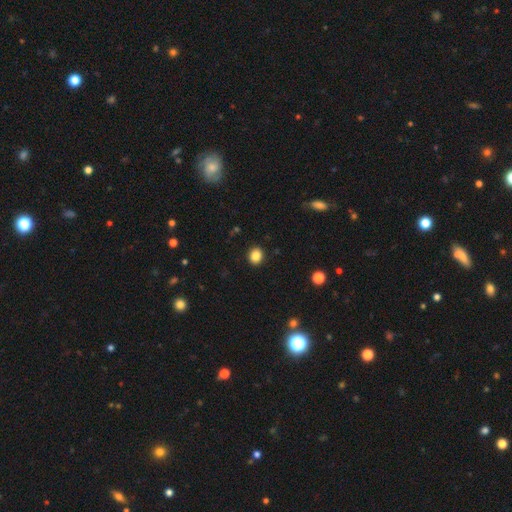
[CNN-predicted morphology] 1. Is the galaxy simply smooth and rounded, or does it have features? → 86% smooth, 10% star or artifact, 4% featured or disk.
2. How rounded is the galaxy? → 72% round, 27% in between, 1% cigar-shaped.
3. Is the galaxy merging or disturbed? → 92% none, 6% minor disturbance, 2% major disturbance, 1% merger.